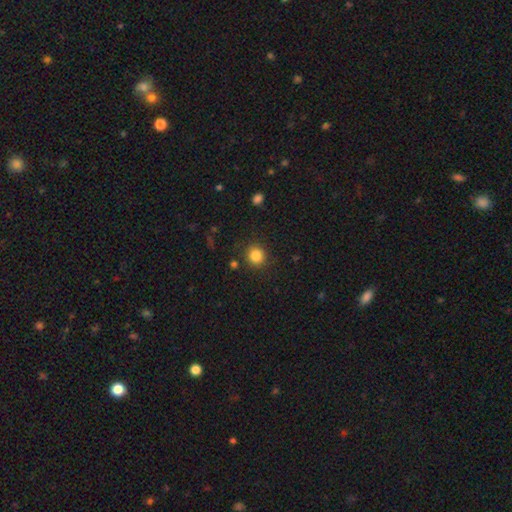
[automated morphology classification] A smooth galaxy with no disk features (84%) that is round (88%).

Vote fractions:
- Smooth or featured? smooth: 84% / star or artifact: 11% / featured or disk: 5%
- How rounded? round: 88% / in between: 11% / cigar-shaped: 1%
- Merging? none: 88% / minor disturbance: 7% / major disturbance: 3% / merger: 2%